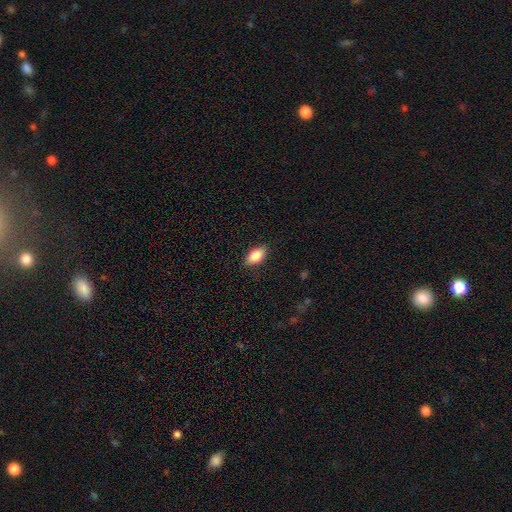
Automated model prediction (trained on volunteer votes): smooth-or-featured: smooth: 83% | featured or disk: 10% | star or artifact: 7%
  how-rounded: in between: 90% | round: 6% | cigar-shaped: 3%
  merging: none: 86% | minor disturbance: 10% | major disturbance: 2% | merger: 1%